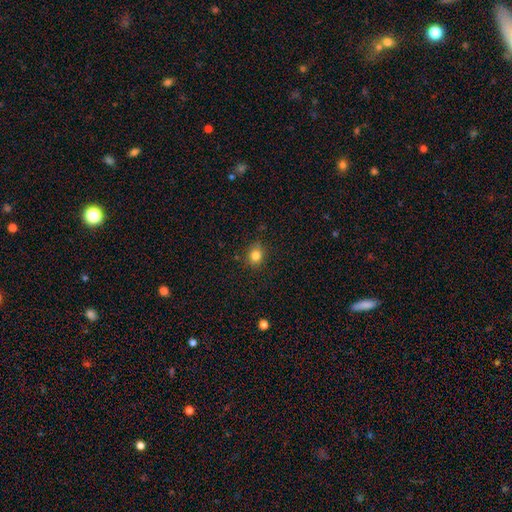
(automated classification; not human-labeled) smooth 82%, star or artifact 12%, featured or disk 6%. Down the decision tree: how rounded — round (70%); merging — none (84%).